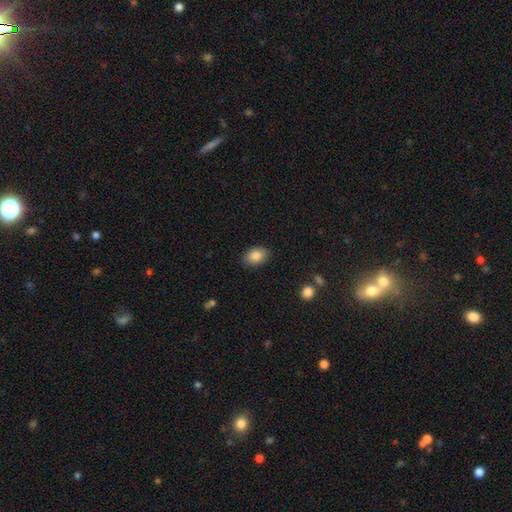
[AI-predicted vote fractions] smooth_or_featured: smooth (p=0.86) [alt: star or artifact p=0.08]
how_rounded: in between (p=0.83) [alt: round p=0.16]
merging: none (p=0.87) [alt: minor disturbance p=0.09]